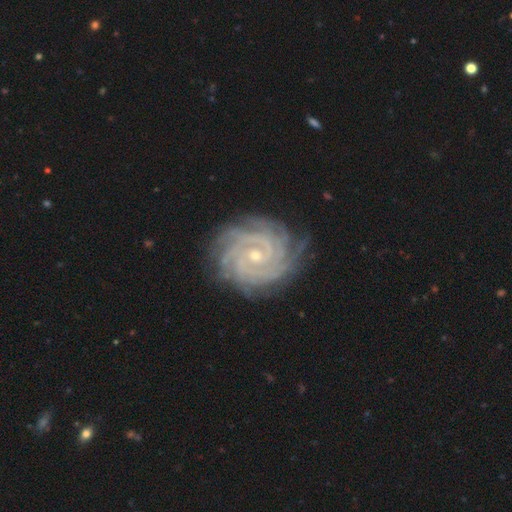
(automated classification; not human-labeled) smooth-or-featured: featured or disk: 91% | star or artifact: 5% | smooth: 4%
  disk-edge-on: no: 98% | yes: 2%
    bar: no: 57% | weak: 30% | strong: 12%
    has-spiral-arms: yes: 99% | no: 1%
      spiral-winding: tight: 85% | medium: 13% | loose: 2%
      spiral-arm-count: 4: 27% | more than 4: 20% | can't tell: 17% | 3: 16% | 2: 12% | 1: 8%
    bulge-size: small: 68% | moderate: 29% | none: 1% | large: 1% | dominant: 1%
  merging: none: 82% | minor disturbance: 13% | major disturbance: 3% | merger: 1%